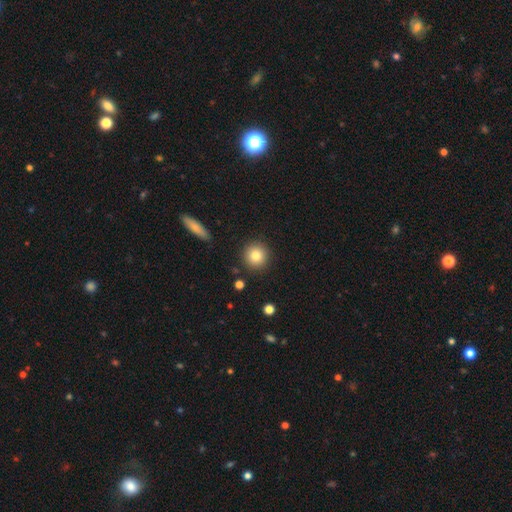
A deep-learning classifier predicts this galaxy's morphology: smooth_or_featured: smooth (p=0.82) [alt: star or artifact p=0.09]
how_rounded: round (p=0.93) [alt: in between p=0.06]
merging: none (p=0.90) [alt: minor disturbance p=0.06]